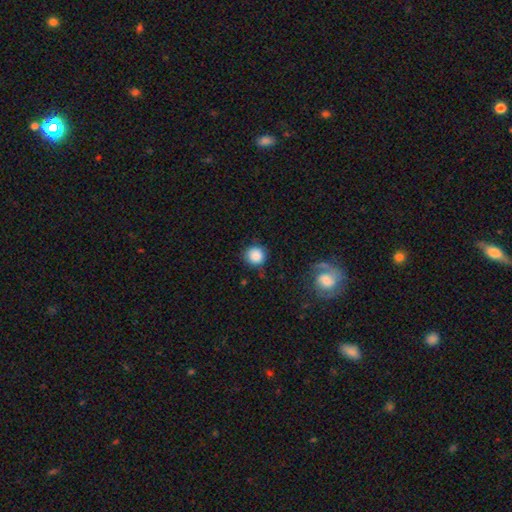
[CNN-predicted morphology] Smooth or featured? smooth (87%)
How rounded? round (93%)
Merging? none (81%)